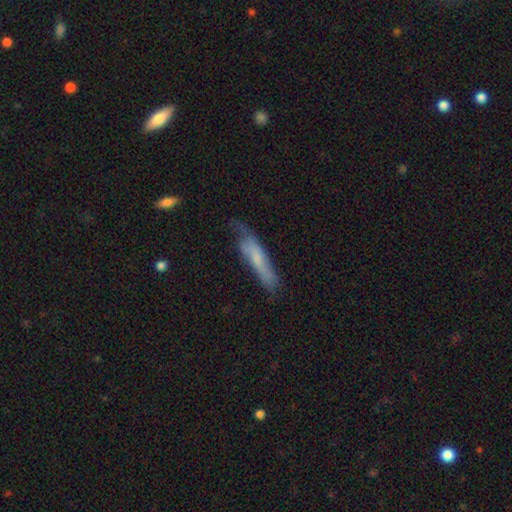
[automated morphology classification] This is likely a smooth galaxy (62%). How rounded: clearly cigar-shaped (81%). Merging: possibly none (48%).